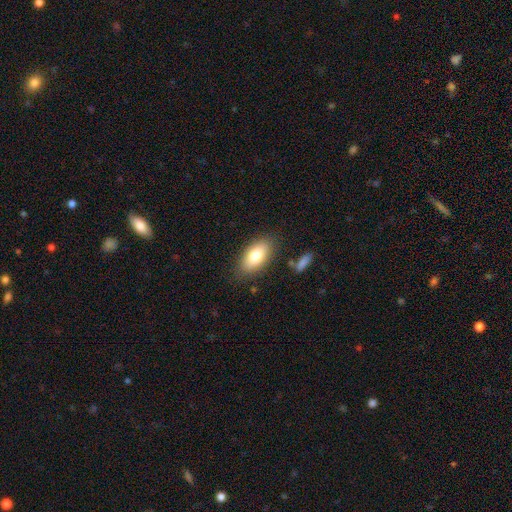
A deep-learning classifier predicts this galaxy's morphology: Overall: smooth (79%). How rounded: in between (90%). Merging: none (82%).